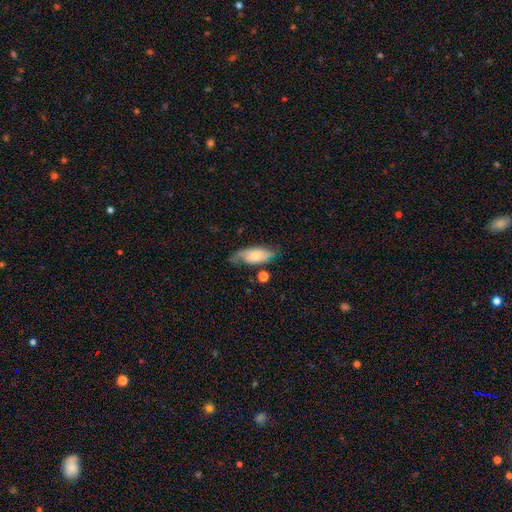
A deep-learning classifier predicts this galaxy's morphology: This is possibly a smooth galaxy (56%). How rounded: clearly in between (83%). Merging: possibly none (52%).